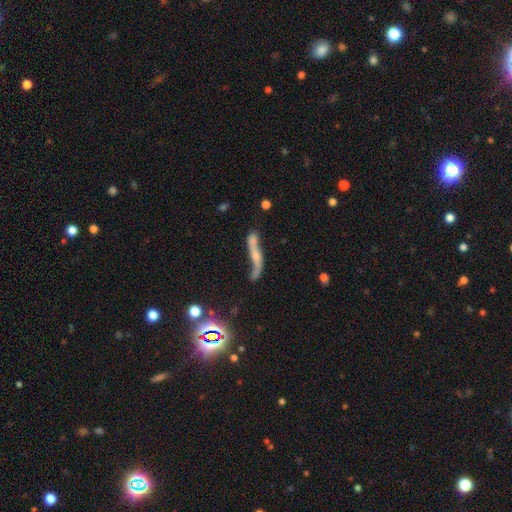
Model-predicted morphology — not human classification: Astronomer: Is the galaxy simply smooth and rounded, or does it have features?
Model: featured or disk — 69%.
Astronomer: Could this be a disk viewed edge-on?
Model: no — 58% (runner-up: yes, 42%).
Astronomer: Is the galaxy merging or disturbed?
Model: none — 44% (runner-up: minor disturbance, 23%).